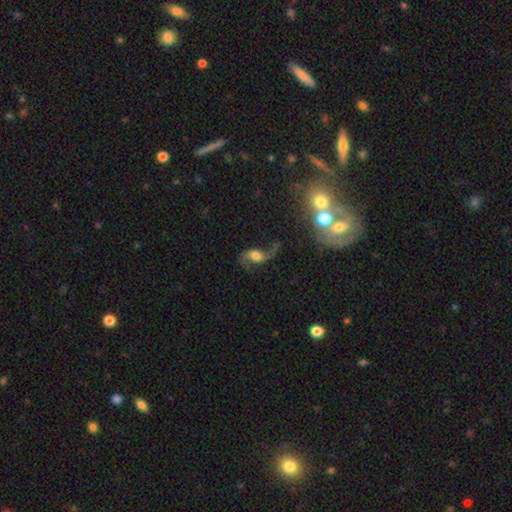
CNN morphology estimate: Smooth or featured? featured or disk (78%)
Edge-on disk? no (94%)
Bar? no (55%)
Spiral arms? yes (94%)
Spiral winding? loose (84%)
Spiral arm count? 2 (90%)
Bulge size? moderate (43%)
Merging? none (58%)